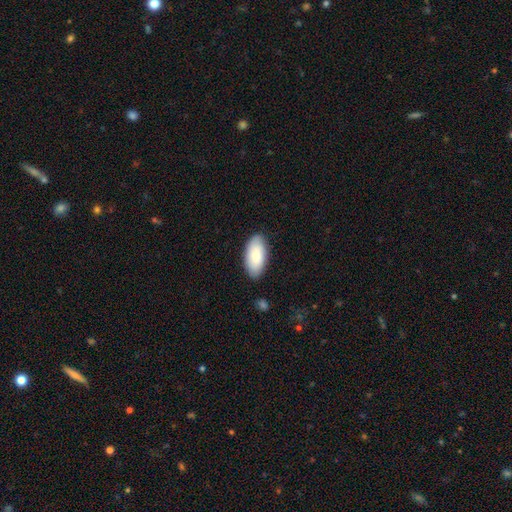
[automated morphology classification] The model was most divided on "smooth or featured": smooth: 81%, featured or disk: 13%, star or artifact: 6%. More confident: how rounded — in between (94%); merging — none (85%).